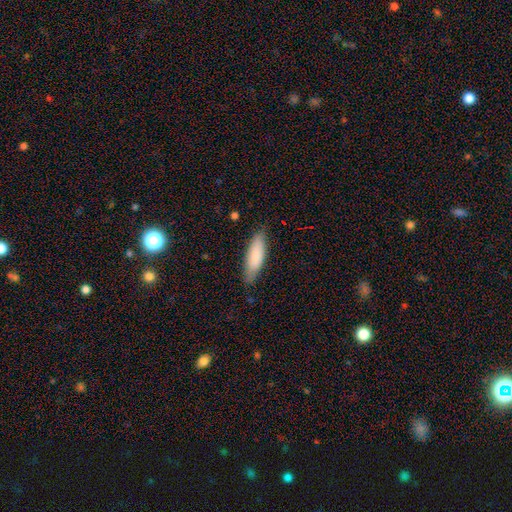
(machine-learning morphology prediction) Overall: smooth (81%). How rounded: cigar-shaped (50%; in between 48%). Merging: none (81%).